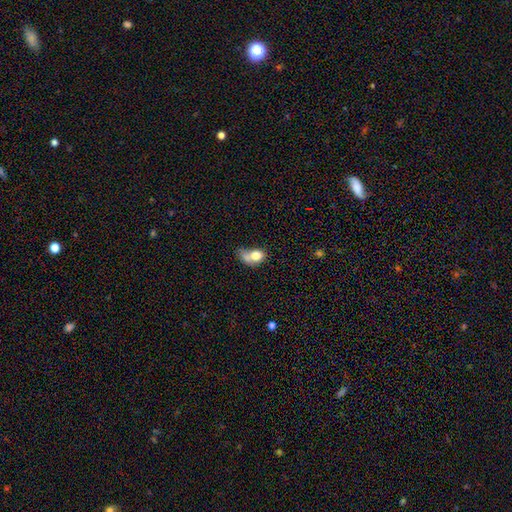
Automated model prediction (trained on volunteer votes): smooth-or-featured: smooth: 73% | featured or disk: 18% | star or artifact: 10%
  how-rounded: in between: 61% | round: 37% | cigar-shaped: 2%
  merging: merger: 40% | major disturbance: 22% | none: 20% | minor disturbance: 18%